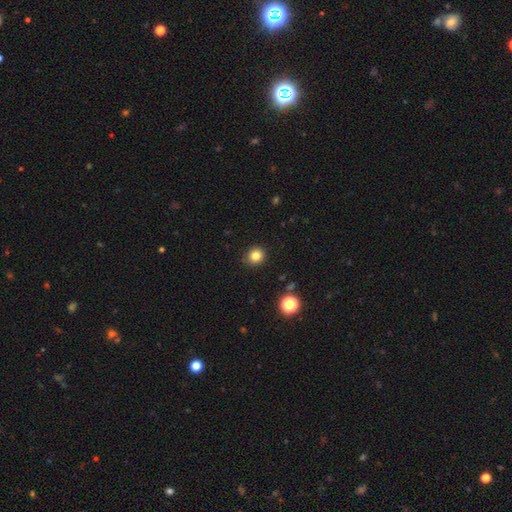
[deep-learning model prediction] Overall: smooth (82%). How rounded: round (91%). Merging: none (90%).